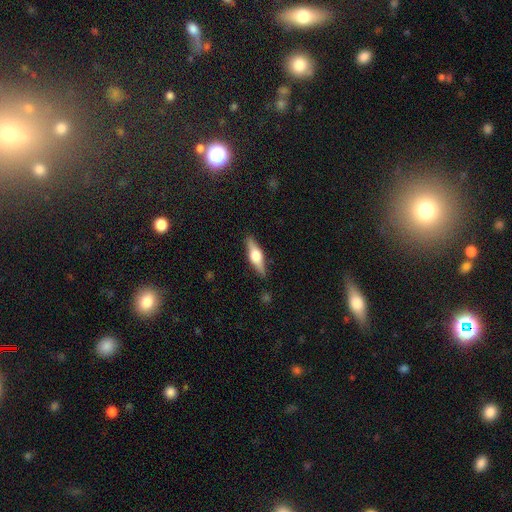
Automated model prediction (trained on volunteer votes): Q: Smooth or featured?
A: featured or disk (59%); runner-up: smooth (35%)
Q: Edge-on disk?
A: yes (95%); runner-up: no (5%)
Q: Edge-on bulge?
A: rounded (92%); runner-up: boxy (6%)
Q: Merging?
A: none (87%); runner-up: minor disturbance (10%)